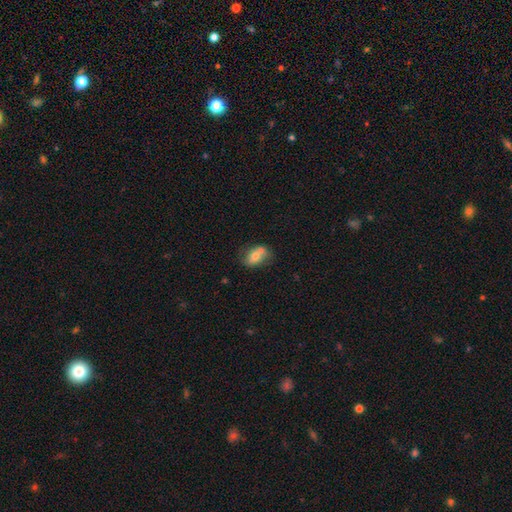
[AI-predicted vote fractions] Morphology: type=smooth (67%); roundness=in between (74%); merging=merger (41%).